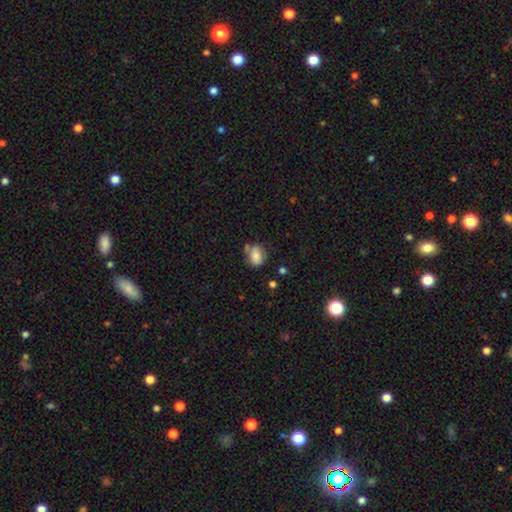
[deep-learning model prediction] smooth-or-featured: smooth: 74% | featured or disk: 16% | star or artifact: 10%
  how-rounded: in between: 56% | round: 43% | cigar-shaped: 1%
  merging: none: 51% | minor disturbance: 25% | merger: 16% | major disturbance: 8%